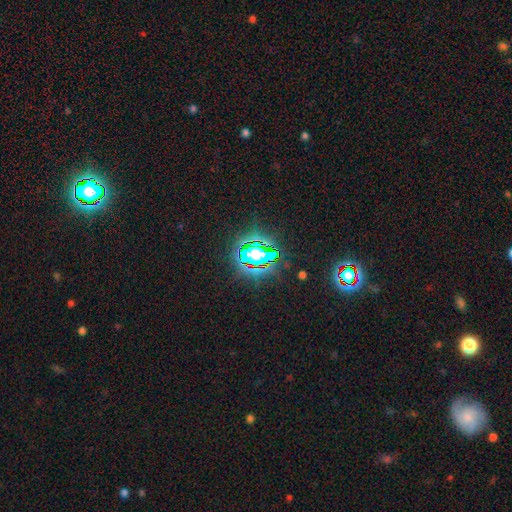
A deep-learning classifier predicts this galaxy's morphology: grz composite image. It shows a star or artifact, not a galaxy (82%).